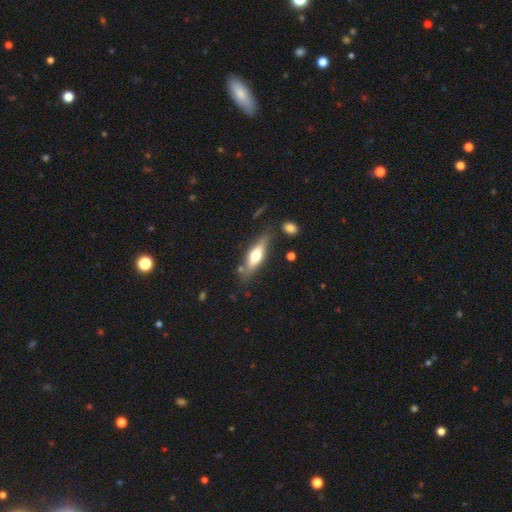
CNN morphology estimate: Smooth or featured? smooth (53%)
How rounded? cigar-shaped (54%)
Merging? none (75%)